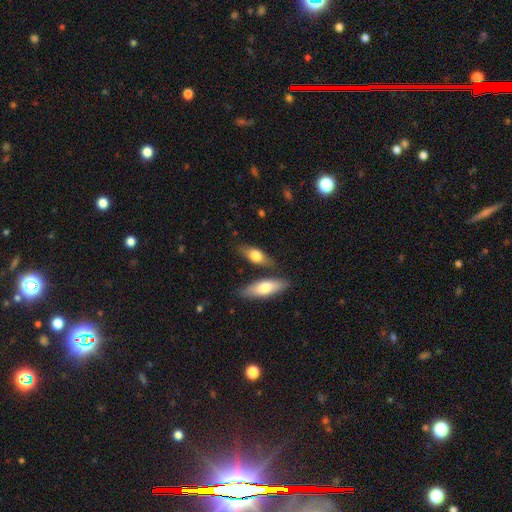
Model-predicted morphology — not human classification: This appears to be a smooth galaxy with no disk features (67%) that is in between round and cigar-shaped (68%). Merging: none (69%).